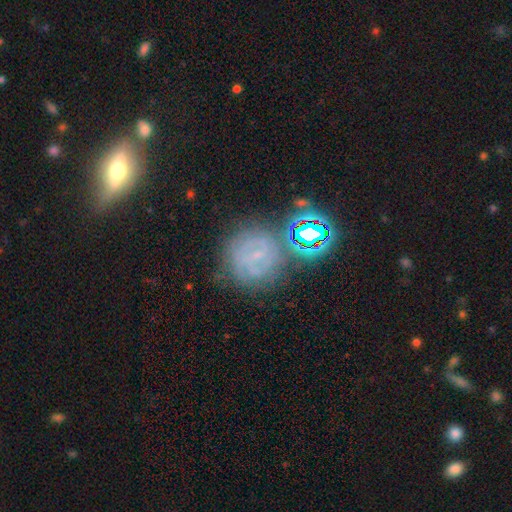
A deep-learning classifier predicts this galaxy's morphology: smooth_or_featured: featured or disk (p=0.43) [alt: star or artifact p=0.31]
merging: none (p=0.74) [alt: minor disturbance p=0.14]